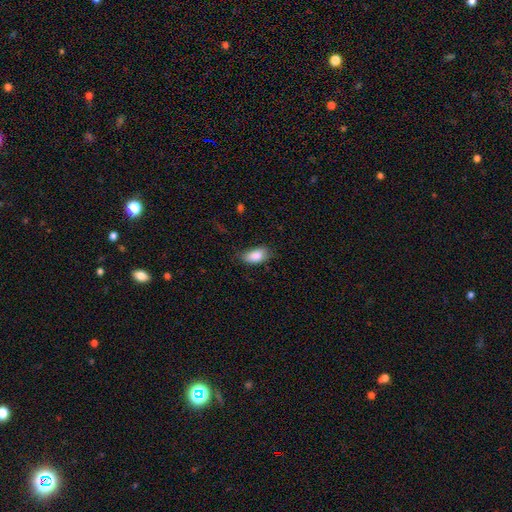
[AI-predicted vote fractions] smooth 87%, star or artifact 7%, featured or disk 6%. Down the decision tree: how rounded — in between (92%); merging — none (72%).